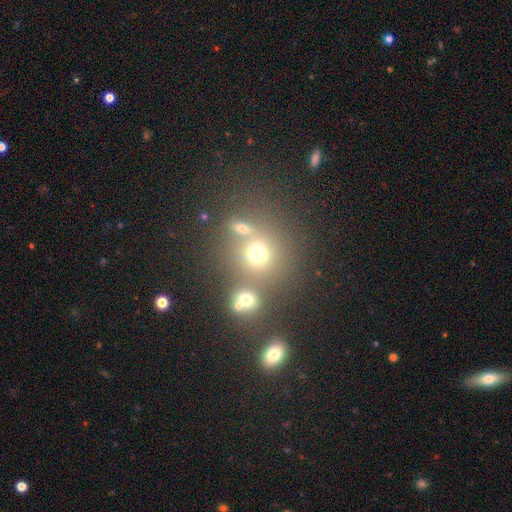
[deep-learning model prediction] The model was most divided on "smooth or featured": smooth: 53%, star or artifact: 33%, featured or disk: 14%. More confident: how rounded — round (82%); merging — none (54%).